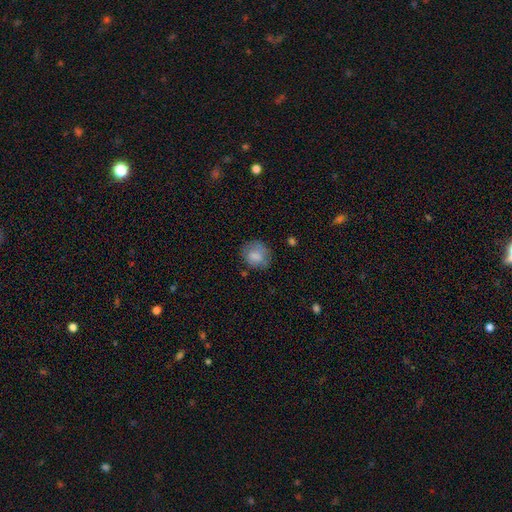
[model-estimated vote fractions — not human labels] smooth 77%, featured or disk 15%, star or artifact 9%. Down the decision tree: how rounded — round (69%); merging — none (65%).